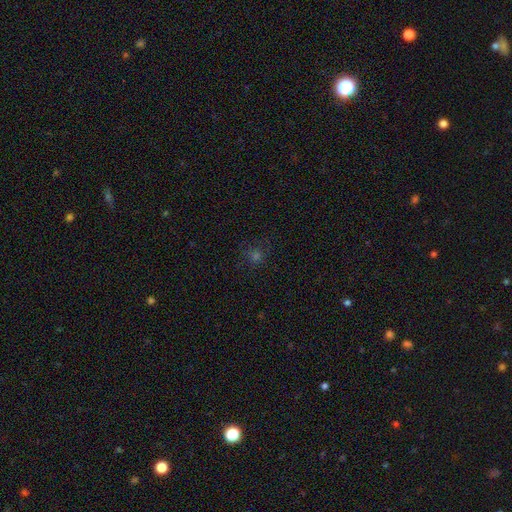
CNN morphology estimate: smooth-or-featured: smooth: 52% | star or artifact: 37% | featured or disk: 11%
  how-rounded: round: 90% | in between: 9% | cigar-shaped: 1%
  merging: none: 82% | minor disturbance: 11% | major disturbance: 6% | merger: 2%